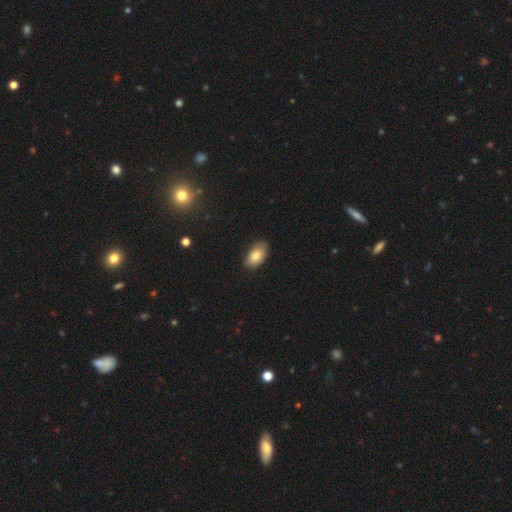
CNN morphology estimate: smooth_or_featured: smooth (p=0.79) [alt: featured or disk p=0.13]
how_rounded: in between (p=0.94) [alt: round p=0.05]
merging: none (p=0.77) [alt: minor disturbance p=0.19]